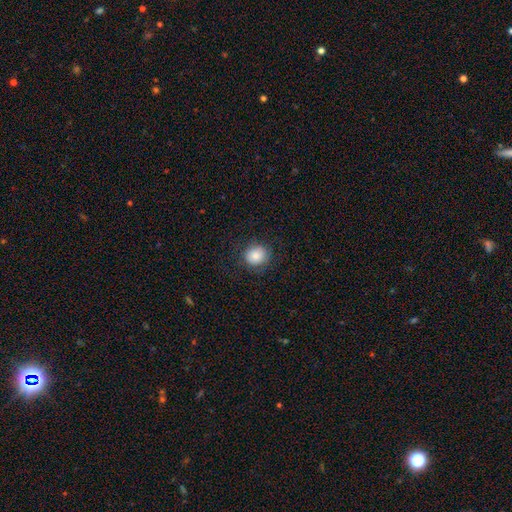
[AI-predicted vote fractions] Smooth or featured? Predicted: smooth (p=0.85). How rounded? Predicted: round (p=0.83). Merging? Predicted: none (p=0.84).